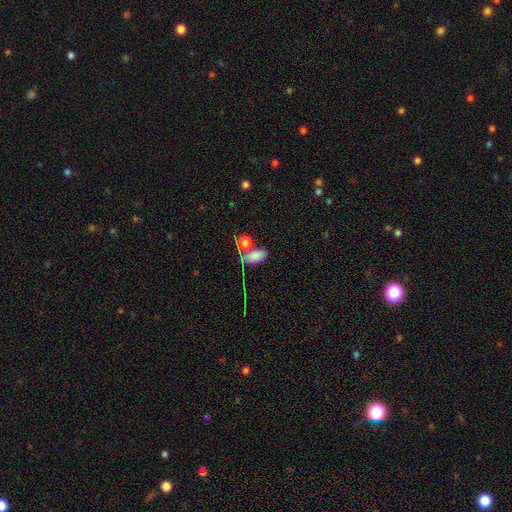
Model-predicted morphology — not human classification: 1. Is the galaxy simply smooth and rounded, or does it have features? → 81% smooth, 11% star or artifact, 8% featured or disk.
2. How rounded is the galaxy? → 86% in between, 10% round, 4% cigar-shaped.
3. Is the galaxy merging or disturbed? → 53% none, 27% merger, 14% minor disturbance, 6% major disturbance.